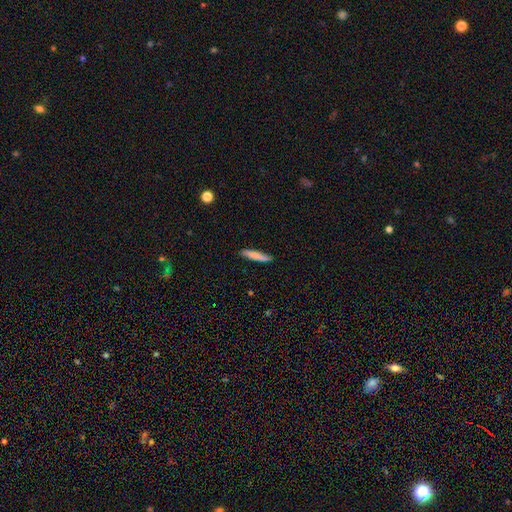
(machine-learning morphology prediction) This appears to be a smooth galaxy with no disk features (75%) that is cigar-shaped (89%). Merging: none (81%).